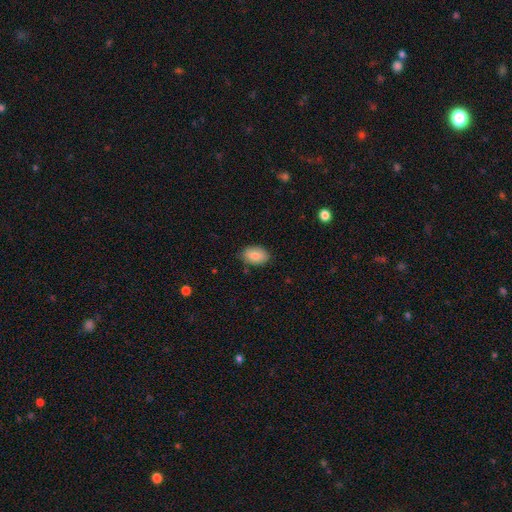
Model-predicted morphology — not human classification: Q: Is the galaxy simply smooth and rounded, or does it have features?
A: smooth — 83%.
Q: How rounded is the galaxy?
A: in between — 86%.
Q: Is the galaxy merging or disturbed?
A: none — 84%.